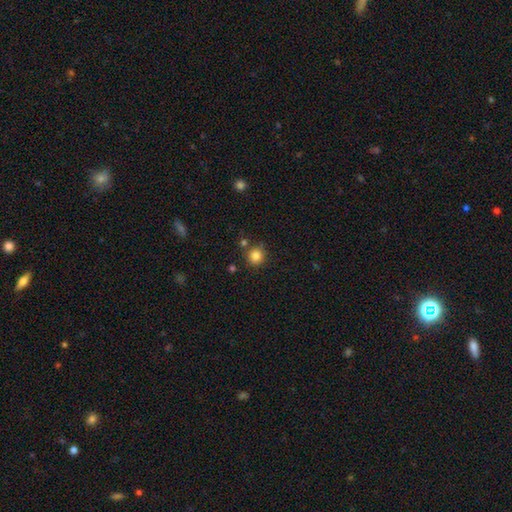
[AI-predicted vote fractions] Q: Smooth or featured?
A: smooth (83%); runner-up: star or artifact (12%)
Q: How rounded?
A: round (93%); runner-up: in between (7%)
Q: Merging?
A: none (82%); runner-up: minor disturbance (9%)